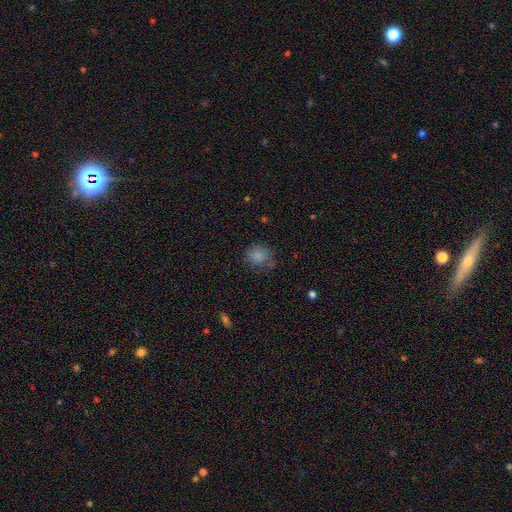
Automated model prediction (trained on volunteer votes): This appears to be a smooth galaxy with no disk features (77%) that is round (83%). Merging: none (74%).